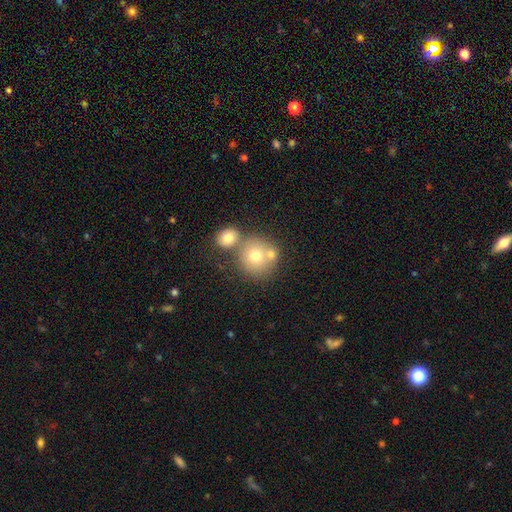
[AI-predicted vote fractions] This is likely a smooth galaxy (69%). How rounded: clearly round (88%). Merging: marginally none (45%).